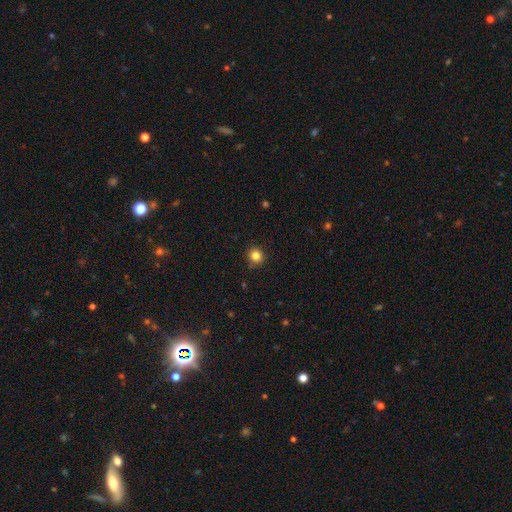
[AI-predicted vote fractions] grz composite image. It shows a smooth galaxy with no disk features (83%) that is round (91%). Merging: none (87%).